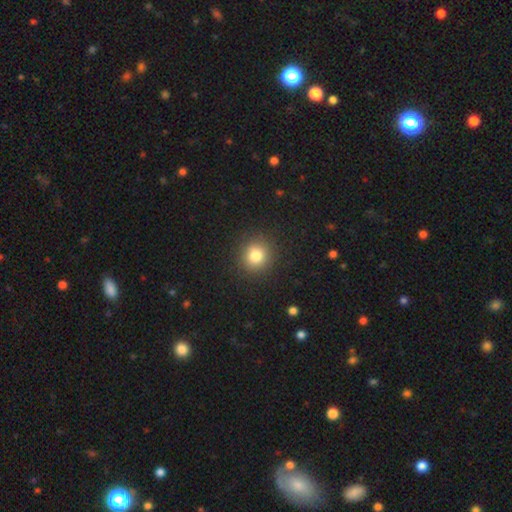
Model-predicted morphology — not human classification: type=smooth (80%); roundness=round (89%); merging=none (90%).